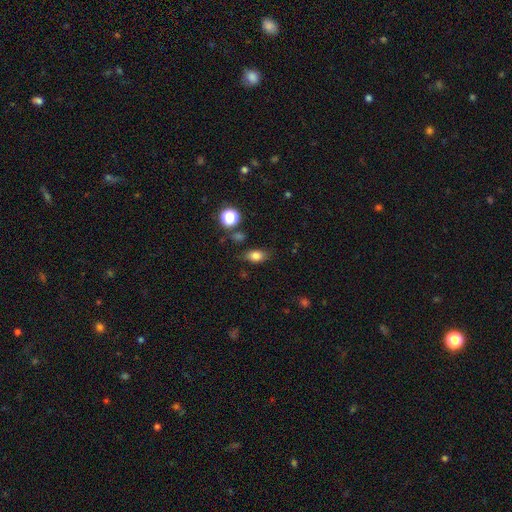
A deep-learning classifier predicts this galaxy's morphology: Smooth or featured?
  - smooth: 80% *
  - star or artifact: 12%
  - featured or disk: 8%
How rounded?
  - in between: 79% *
  - round: 17%
  - cigar-shaped: 4%
Merging?
  - none: 78% *
  - minor disturbance: 15%
  - major disturbance: 4%
  - merger: 3%